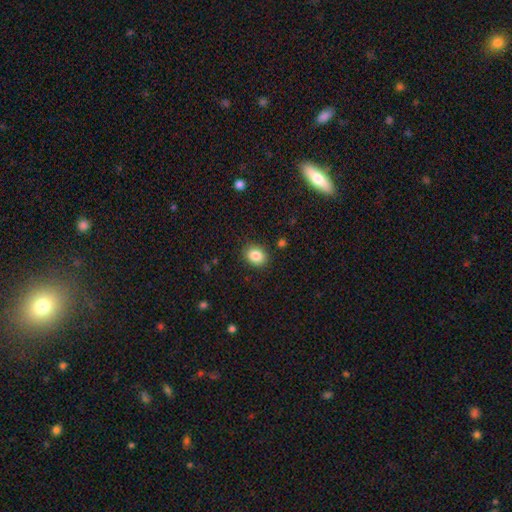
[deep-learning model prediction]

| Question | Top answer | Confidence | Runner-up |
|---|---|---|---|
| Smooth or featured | smooth | 85% | star or artifact (9%) |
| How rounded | round | 52% | in between (48%) |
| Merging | none | 88% | minor disturbance (8%) |